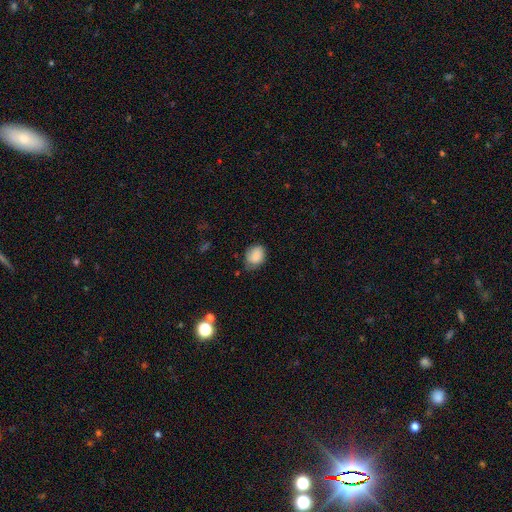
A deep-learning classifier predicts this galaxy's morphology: Smooth or featured? Predicted: smooth (p=0.86). How rounded? Predicted: in between (p=0.59). Merging? Predicted: none (p=0.62).